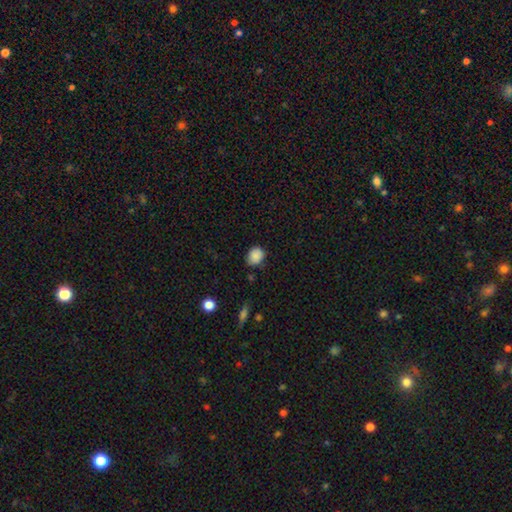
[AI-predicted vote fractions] Smooth or featured? Predicted: smooth (p=0.87). How rounded? Predicted: round (p=0.59). Merging? Predicted: none (p=0.72).